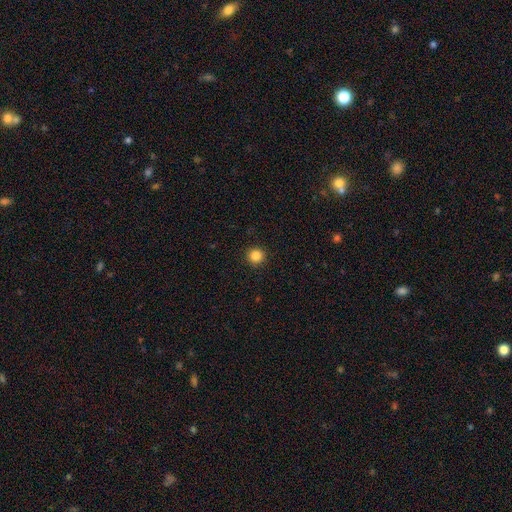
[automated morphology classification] This appears to be a smooth galaxy with no disk features (85%) that is round (95%). Merging: none (93%).